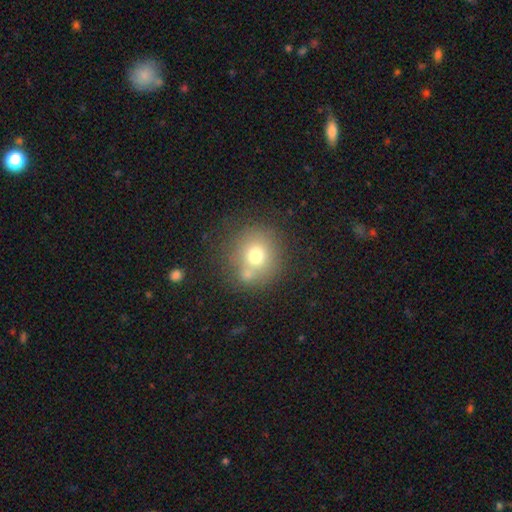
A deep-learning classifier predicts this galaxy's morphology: Smooth or featured? smooth (71%)
How rounded? round (87%)
Merging? none (64%)